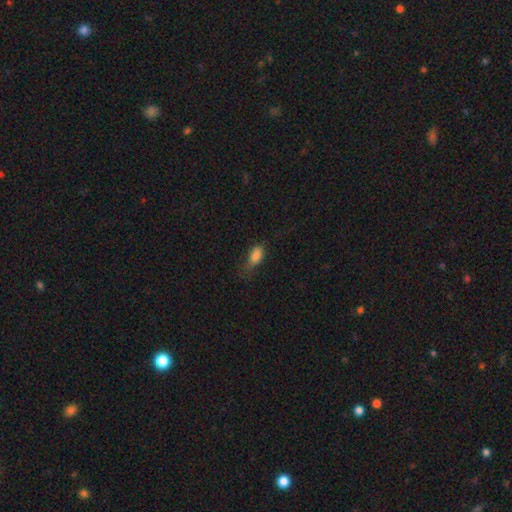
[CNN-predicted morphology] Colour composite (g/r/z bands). It shows a smooth galaxy with no disk features (83%) that is in between round and cigar-shaped (86%). Merging: none (47%).